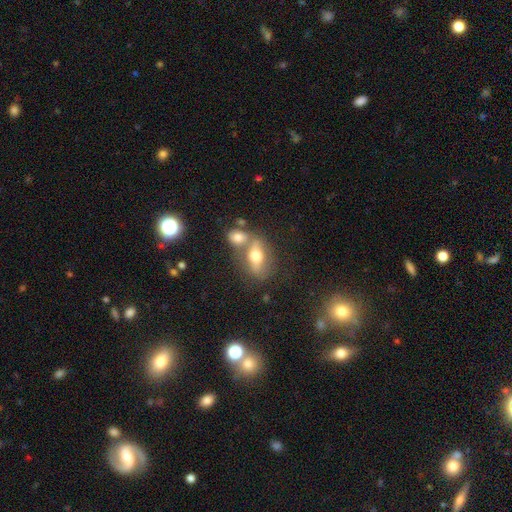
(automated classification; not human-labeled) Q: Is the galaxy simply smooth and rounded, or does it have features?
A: smooth — 53%.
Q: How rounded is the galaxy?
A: in between — 77%.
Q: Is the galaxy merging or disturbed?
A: none — 44%.